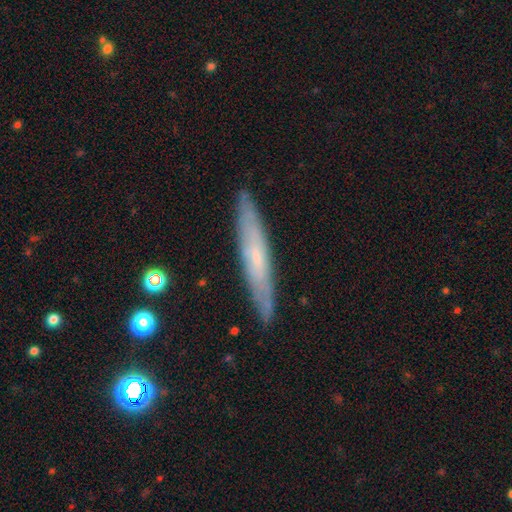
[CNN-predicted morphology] Smooth or featured: featured or disk — 54% (smooth — 39%)
Edge-on disk: yes — 79% (no — 21%)
Merging: none — 88% (minor disturbance — 9%)